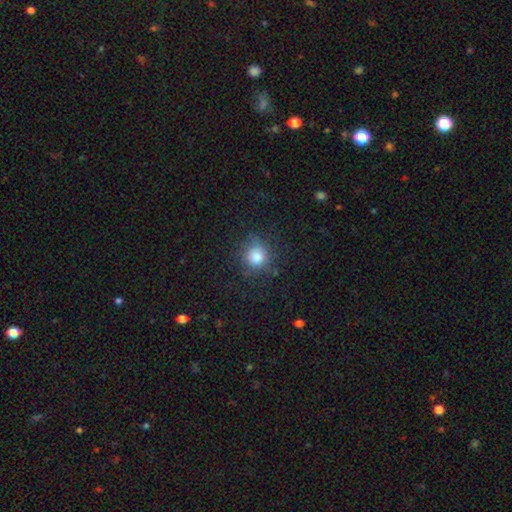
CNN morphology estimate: A smooth galaxy with no disk features (82%) that is round (87%).

Vote fractions:
- Smooth or featured? smooth: 82% / star or artifact: 12% / featured or disk: 7%
- How rounded? round: 87% / in between: 12% / cigar-shaped: 1%
- Merging? none: 76% / minor disturbance: 17% / major disturbance: 6% / merger: 2%